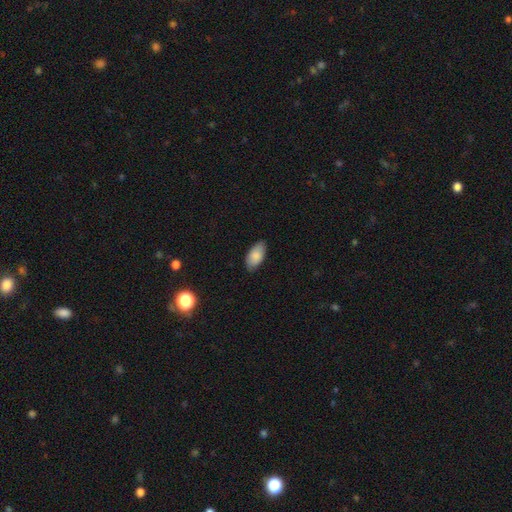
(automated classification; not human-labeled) smooth-or-featured: smooth: 85% | featured or disk: 9% | star or artifact: 7%
  how-rounded: in between: 94% | cigar-shaped: 4% | round: 2%
  merging: none: 84% | minor disturbance: 13% | major disturbance: 2% | merger: 1%